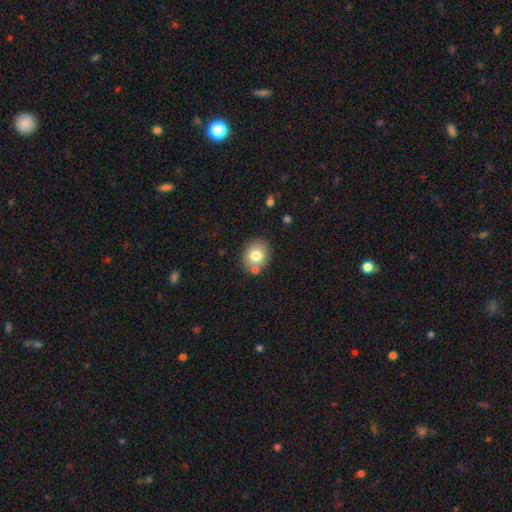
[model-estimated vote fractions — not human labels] smooth_or_featured: smooth (p=0.77) [alt: featured or disk p=0.14]
how_rounded: round (p=0.56) [alt: in between p=0.43]
merging: none (p=0.76) [alt: minor disturbance p=0.12]